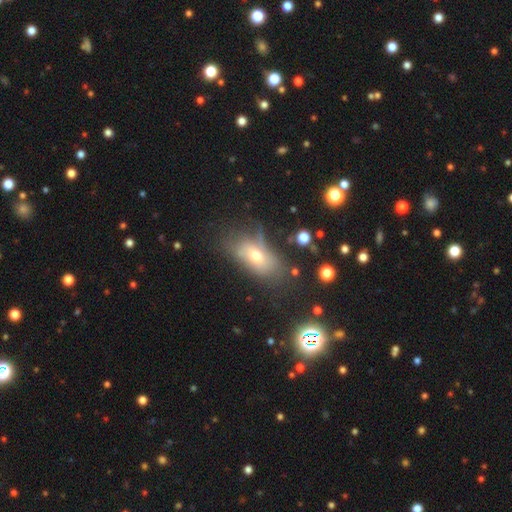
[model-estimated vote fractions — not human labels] This is possibly a smooth galaxy (59%). How rounded: clearly in between (85%). Merging: marginally none (43%).